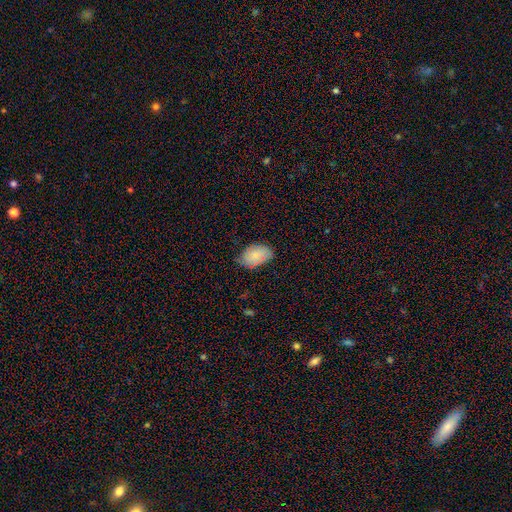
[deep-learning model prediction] This is likely a smooth galaxy (74%). How rounded: clearly in between (89%). Merging: likely none (71%).